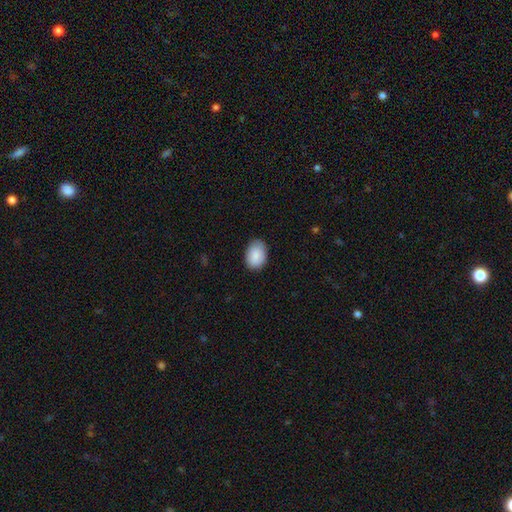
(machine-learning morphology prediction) Q: Smooth or featured?
A: smooth (88%); runner-up: star or artifact (7%)
Q: How rounded?
A: in between (81%); runner-up: round (18%)
Q: Merging?
A: none (77%); runner-up: minor disturbance (19%)